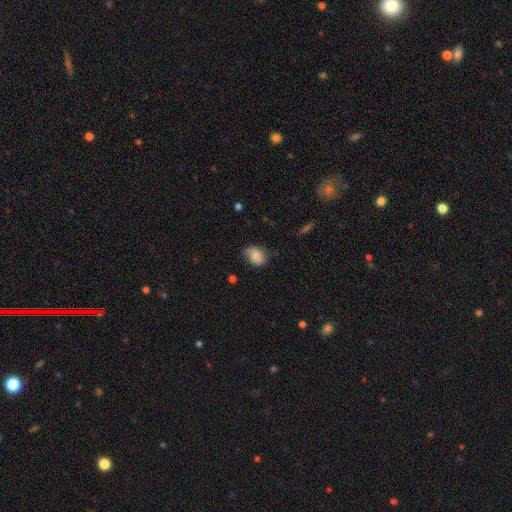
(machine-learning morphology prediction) type=smooth (73%); roundness=in between (64%); merging=none (63%).